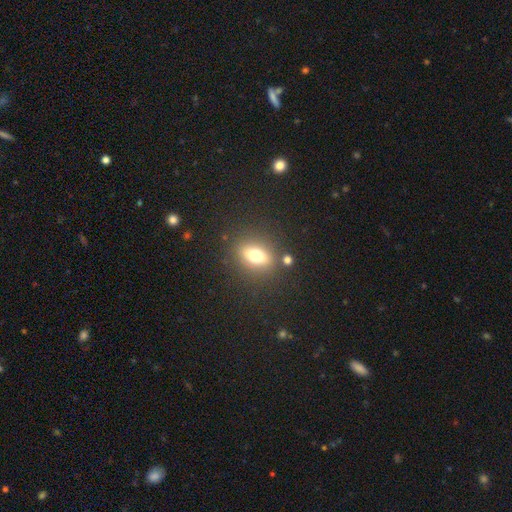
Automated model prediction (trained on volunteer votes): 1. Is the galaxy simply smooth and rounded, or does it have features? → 67% smooth, 20% featured or disk, 13% star or artifact.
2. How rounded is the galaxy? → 66% in between, 27% round, 8% cigar-shaped.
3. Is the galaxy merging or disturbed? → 81% none, 10% minor disturbance, 5% merger, 4% major disturbance.